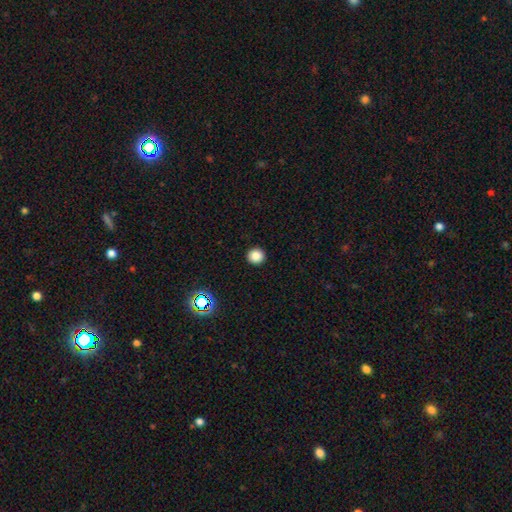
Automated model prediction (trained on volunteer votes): Smooth or featured? Predicted: smooth (p=0.85). How rounded? Predicted: round (p=0.94). Merging? Predicted: none (p=0.93).